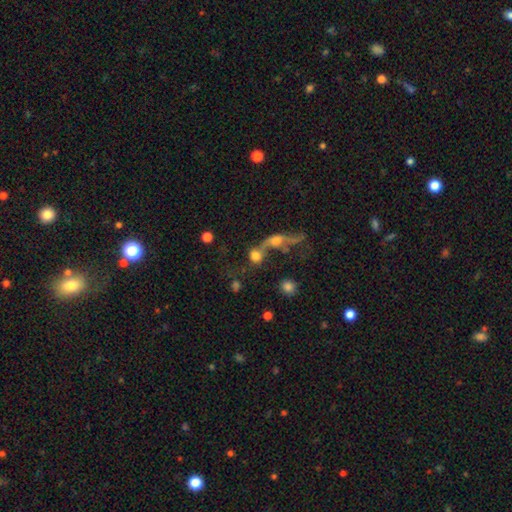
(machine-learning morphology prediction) Smooth or featured? smooth (67%)
How rounded? round (67%)
Merging? merger (57%)